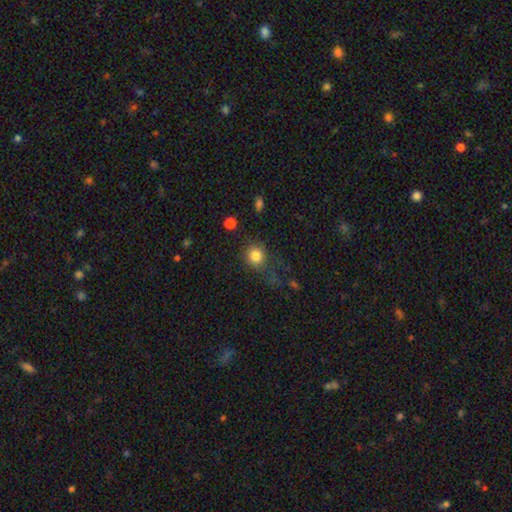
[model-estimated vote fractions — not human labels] This is clearly a smooth galaxy (83%). How rounded: clearly round (84%). Merging: likely none (65%).